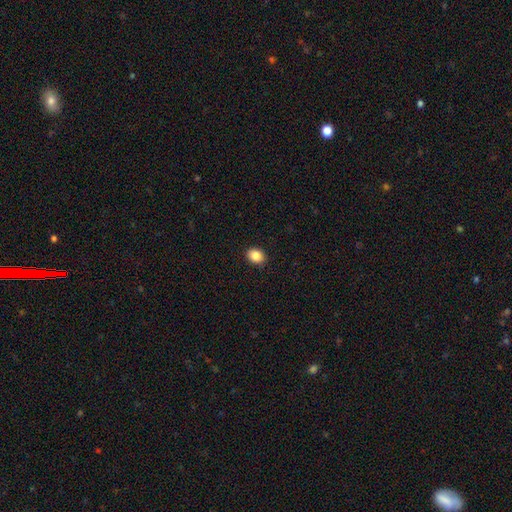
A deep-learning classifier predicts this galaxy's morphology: smooth 87%, star or artifact 9%, featured or disk 4%. Down the decision tree: how rounded — in between (56%); merging — none (91%).